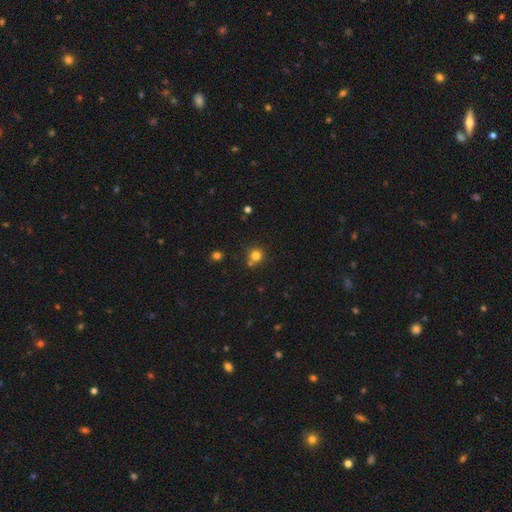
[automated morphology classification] Overall: smooth (79%). How rounded: round (91%). Merging: none (71%).